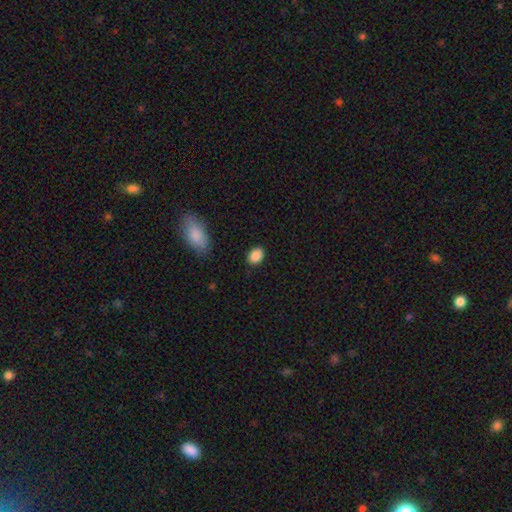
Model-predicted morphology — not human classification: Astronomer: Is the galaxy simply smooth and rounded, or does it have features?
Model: smooth — 88%.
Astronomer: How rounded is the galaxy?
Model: in between — 70%.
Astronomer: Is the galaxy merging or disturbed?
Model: none — 86%.